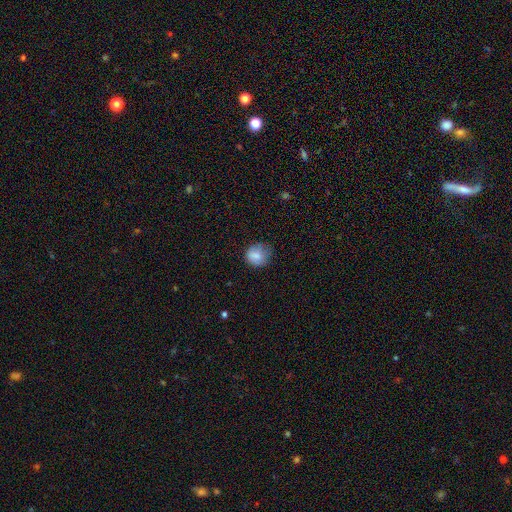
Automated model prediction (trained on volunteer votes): Smooth or featured? Predicted: smooth (p=0.81). How rounded? Predicted: round (p=0.81). Merging? Predicted: none (p=0.66).